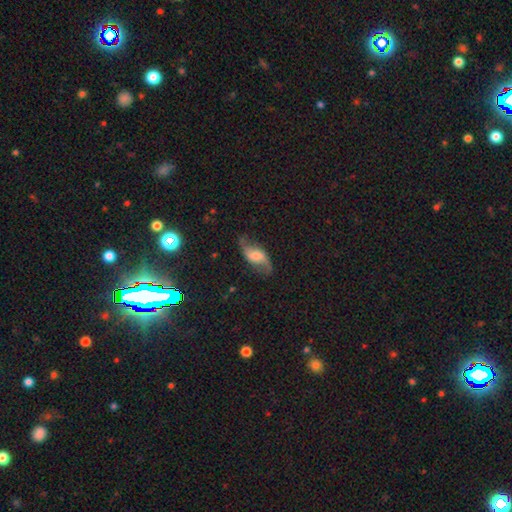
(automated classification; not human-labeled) smooth_or_featured: featured or disk (p=0.75) [alt: smooth p=0.18]
disk_edge_on: no (p=0.94) [alt: yes p=0.06]
bar: weak (p=0.47) [alt: no p=0.36]
has_spiral_arms: yes (p=0.93) [alt: no p=0.07]
spiral_winding: loose (p=0.77) [alt: medium p=0.18]
spiral_arm_count: 2 (p=0.92) [alt: can't tell p=0.03]
bulge_size: moderate (p=0.44) [alt: small p=0.31]
merging: none (p=0.75) [alt: minor disturbance p=0.16]